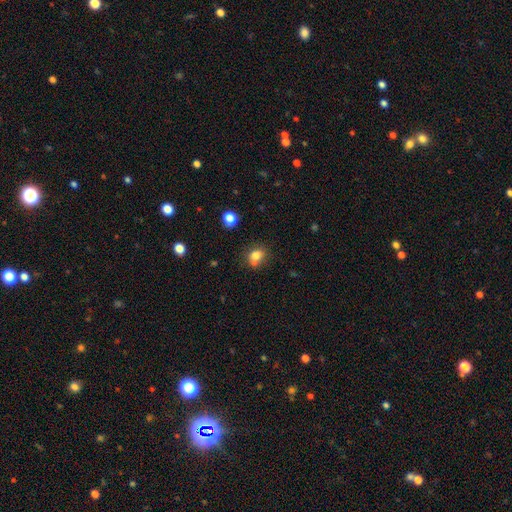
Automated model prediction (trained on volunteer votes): This is likely a smooth galaxy (78%). How rounded: possibly round (55%). Merging: possibly none (56%).